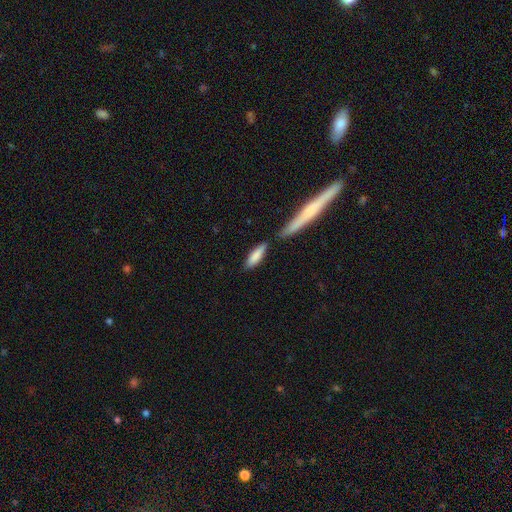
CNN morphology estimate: smooth-or-featured: smooth: 82% | featured or disk: 12% | star or artifact: 6%
  how-rounded: cigar-shaped: 56% | in between: 42% | round: 2%
  merging: none: 65% | merger: 16% | minor disturbance: 15% | major disturbance: 4%